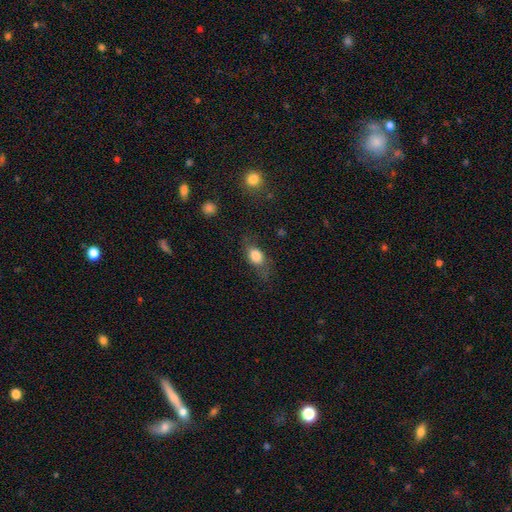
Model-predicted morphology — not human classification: This appears to be a smooth galaxy with no disk features (75%) that is in between round and cigar-shaped (70%). Merging: none (63%).